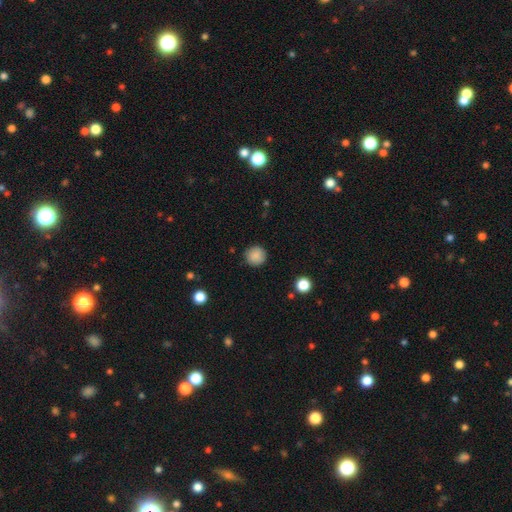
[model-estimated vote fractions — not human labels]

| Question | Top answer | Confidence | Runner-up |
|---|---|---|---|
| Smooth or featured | smooth | 87% | star or artifact (9%) |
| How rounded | round | 94% | in between (5%) |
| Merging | none | 89% | minor disturbance (8%) |